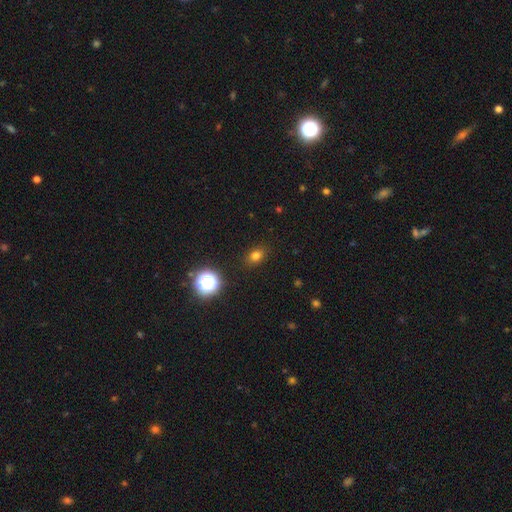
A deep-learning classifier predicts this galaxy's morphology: Smooth or featured: smooth — 76% (star or artifact — 18%)
How rounded: in between — 57% (round — 41%)
Merging: none — 88% (minor disturbance — 9%)